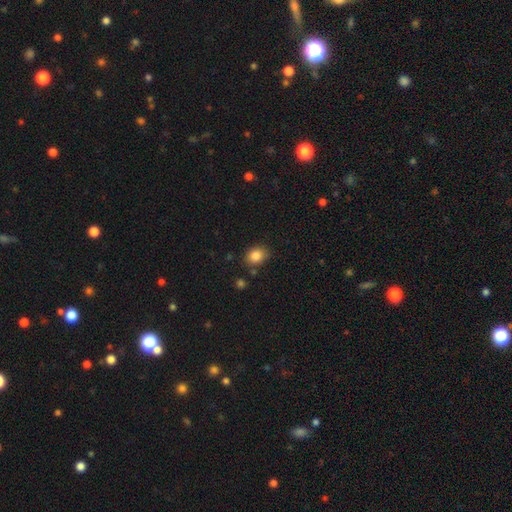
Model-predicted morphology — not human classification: The model was most divided on "how rounded": in between: 52%, round: 47%, cigar-shaped: 1%. More confident: smooth or featured — smooth (85%); merging — none (78%).